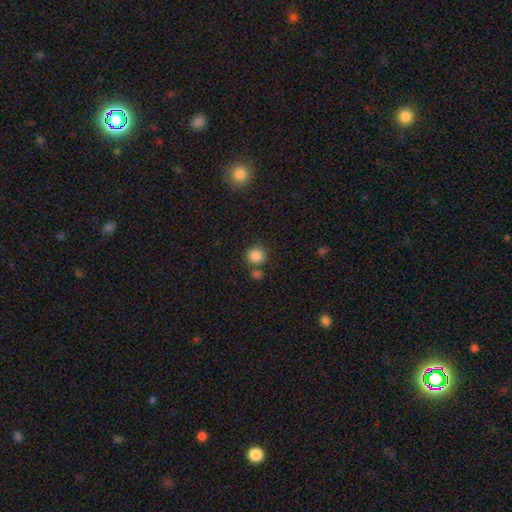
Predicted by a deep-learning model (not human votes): Q: Smooth or featured?
A: smooth (86%); runner-up: star or artifact (10%)
Q: How rounded?
A: round (90%); runner-up: in between (9%)
Q: Merging?
A: none (72%); runner-up: merger (15%)